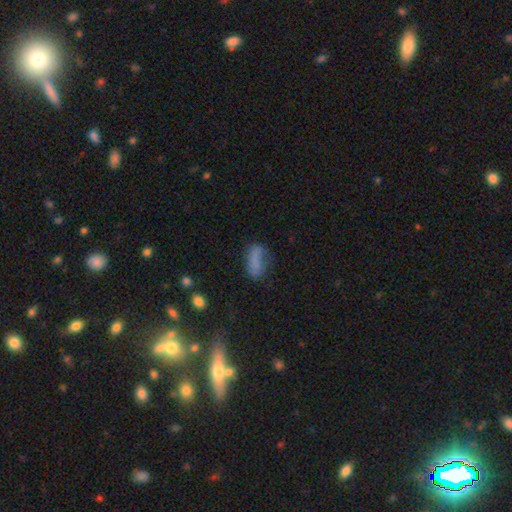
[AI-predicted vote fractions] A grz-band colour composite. It shows a smooth galaxy with no disk features (68%) that is in between round and cigar-shaped (71%). Merging: none (55%).